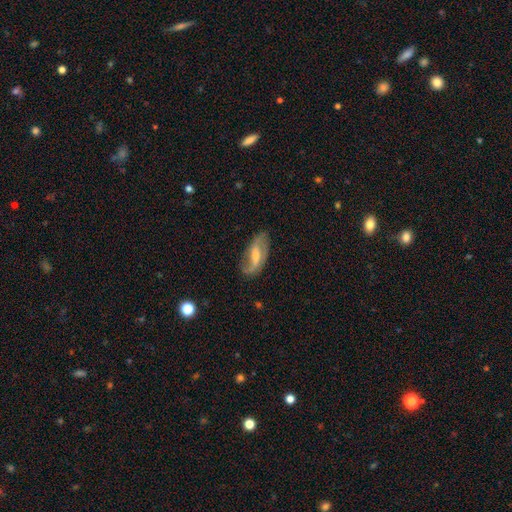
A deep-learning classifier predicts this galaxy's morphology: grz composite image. It shows a featured or disk galaxy (75%) with a weak bar (45%), 2 (84%) loose (58%) spiral arms (91%) and a small central bulge (46%). Merging: none (72%).